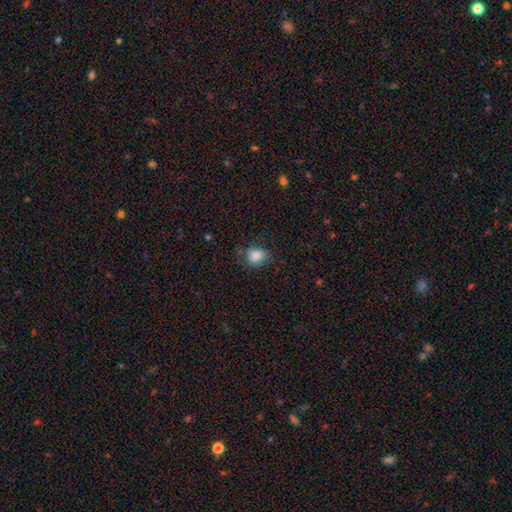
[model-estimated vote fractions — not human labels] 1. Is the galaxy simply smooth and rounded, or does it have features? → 84% smooth, 9% star or artifact, 7% featured or disk.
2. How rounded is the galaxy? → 64% round, 35% in between, 1% cigar-shaped.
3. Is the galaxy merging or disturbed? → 69% none, 22% minor disturbance, 7% major disturbance, 2% merger.